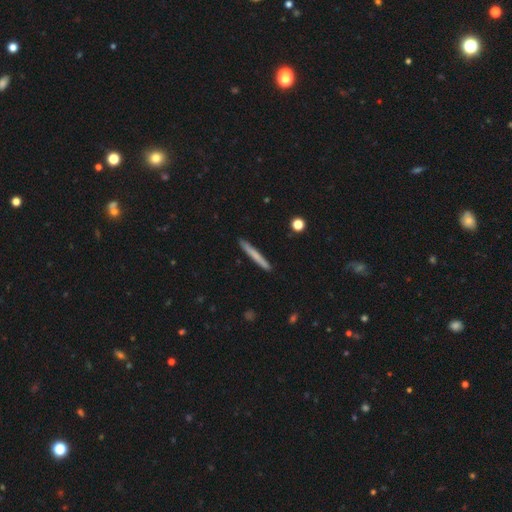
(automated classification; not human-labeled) smooth_or_featured: smooth (p=0.67) [alt: featured or disk p=0.28]
how_rounded: cigar-shaped (p=0.96) [alt: in between p=0.02]
merging: none (p=0.90) [alt: minor disturbance p=0.07]